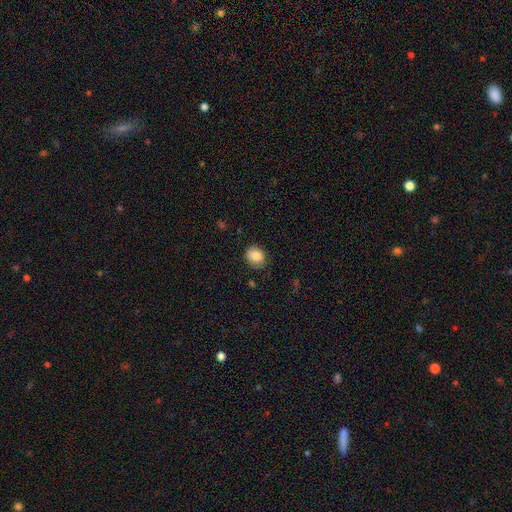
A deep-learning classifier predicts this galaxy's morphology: Smooth or featured?
  - smooth: 85% *
  - star or artifact: 9%
  - featured or disk: 6%
How rounded?
  - round: 70% *
  - in between: 29%
  - cigar-shaped: 1%
Merging?
  - none: 77% *
  - minor disturbance: 18%
  - major disturbance: 4%
  - merger: 1%